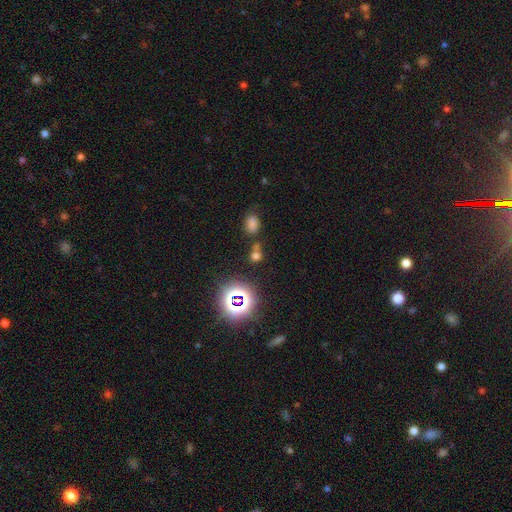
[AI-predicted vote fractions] The model was most divided on "how rounded": round: 54%, in between: 44%, cigar-shaped: 2%. More confident: smooth or featured — smooth (55%); merging — none (54%).